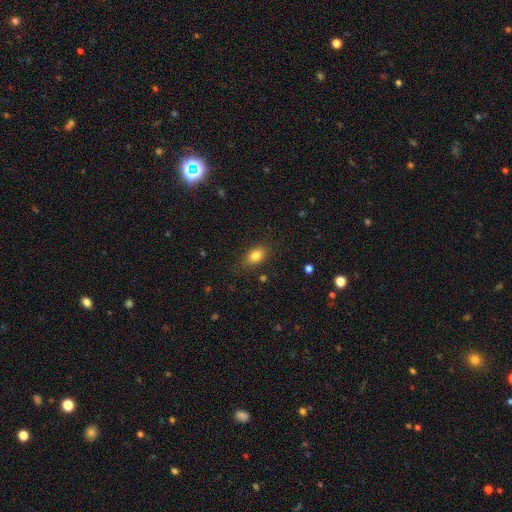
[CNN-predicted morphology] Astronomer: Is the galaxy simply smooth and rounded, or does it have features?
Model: smooth — 82%.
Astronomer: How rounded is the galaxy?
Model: in between — 83%.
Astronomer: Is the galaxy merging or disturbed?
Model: none — 84%.